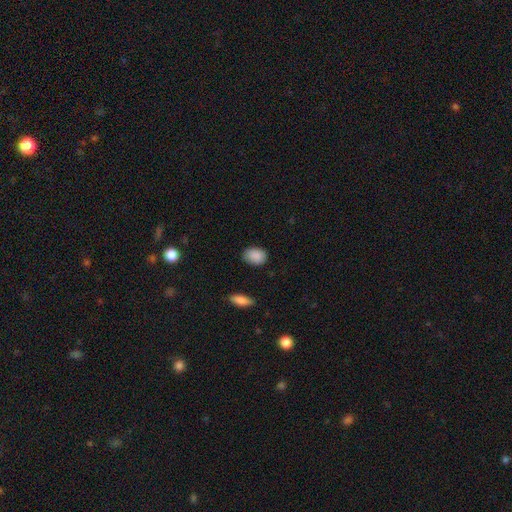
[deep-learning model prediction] A smooth galaxy with no disk features (89%) that is in between round and cigar-shaped (73%). Merging: none (82%).